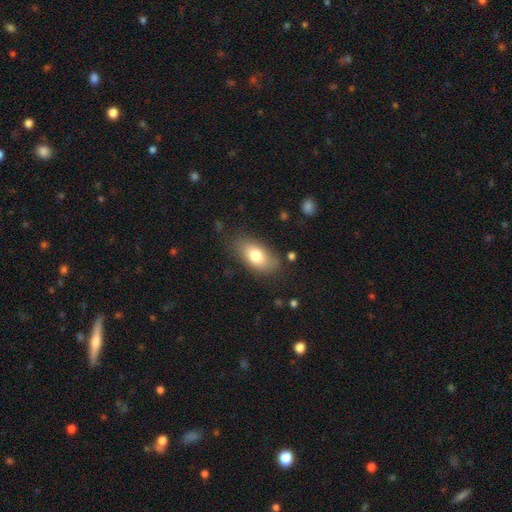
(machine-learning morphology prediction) smooth_or_featured: smooth (p=0.77) [alt: featured or disk p=0.15]
how_rounded: in between (p=0.90) [alt: round p=0.06]
merging: none (p=0.79) [alt: minor disturbance p=0.15]